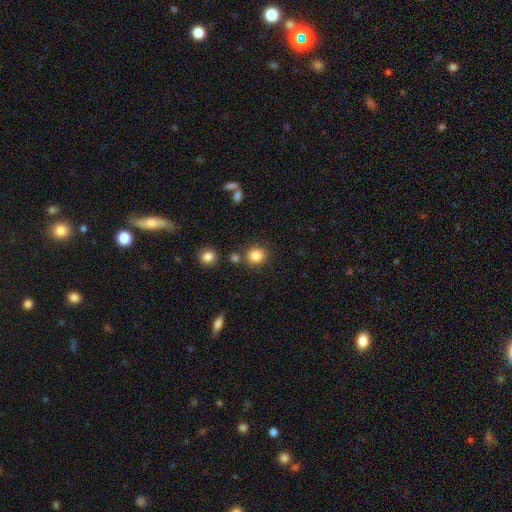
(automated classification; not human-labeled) Smooth or featured: smooth — 85% (star or artifact — 10%)
How rounded: round — 84% (in between — 15%)
Merging: none — 78% (merger — 9%)